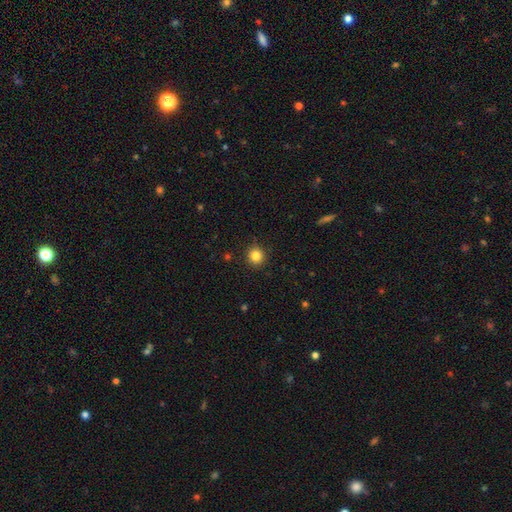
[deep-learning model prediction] The model was most divided on "smooth or featured": smooth: 83%, star or artifact: 12%, featured or disk: 5%. More confident: how rounded — round (93%); merging — none (90%).